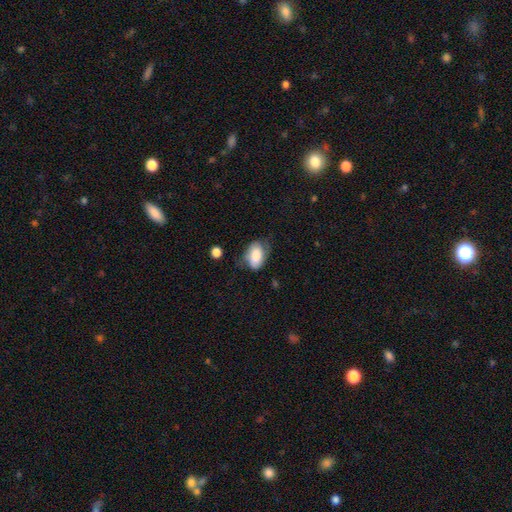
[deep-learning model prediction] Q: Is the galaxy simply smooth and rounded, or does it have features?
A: smooth — 76%.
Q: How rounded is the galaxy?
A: in between — 91%.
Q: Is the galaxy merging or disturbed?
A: none — 46%.